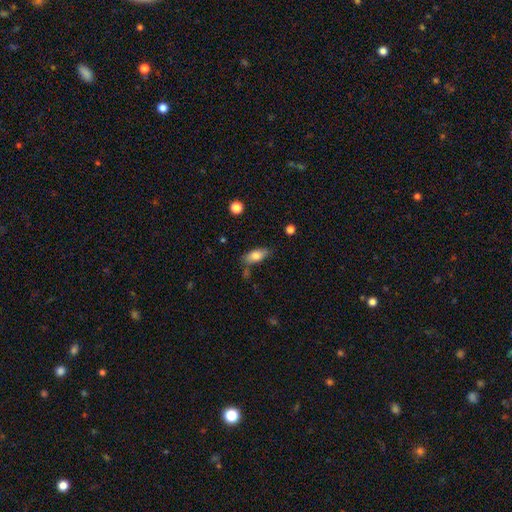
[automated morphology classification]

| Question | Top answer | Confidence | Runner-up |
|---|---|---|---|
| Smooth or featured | smooth | 79% | featured or disk (14%) |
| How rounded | in between | 86% | cigar-shaped (11%) |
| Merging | none | 69% | minor disturbance (19%) |